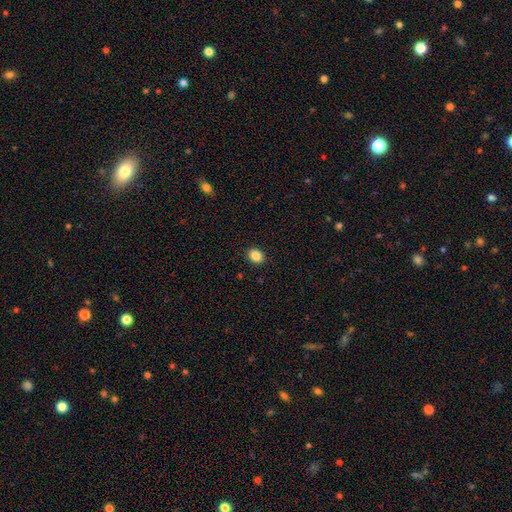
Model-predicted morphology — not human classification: Smooth or featured: smooth — 87% (star or artifact — 10%)
How rounded: in between — 52% (round — 47%)
Merging: none — 91% (minor disturbance — 7%)